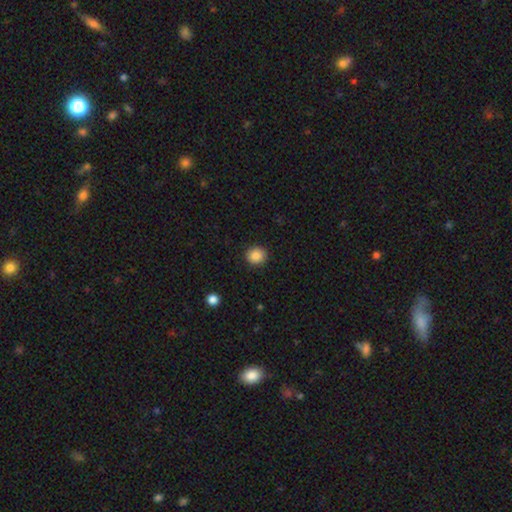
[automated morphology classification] Smooth or featured? Predicted: smooth (p=0.86). How rounded? Predicted: round (p=0.87). Merging? Predicted: none (p=0.91).